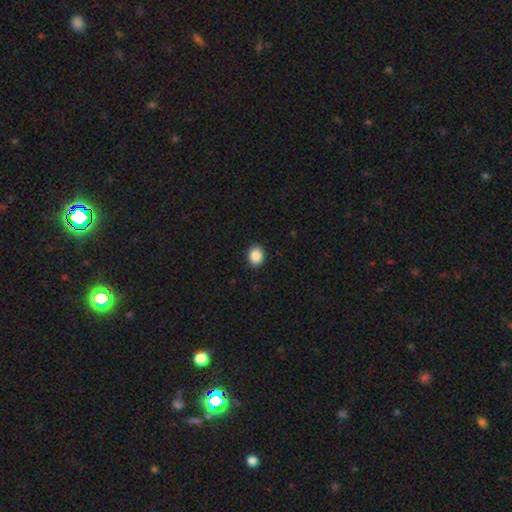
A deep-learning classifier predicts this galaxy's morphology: Overall: smooth (88%). How rounded: in between (51%; round 48%). Merging: none (91%).